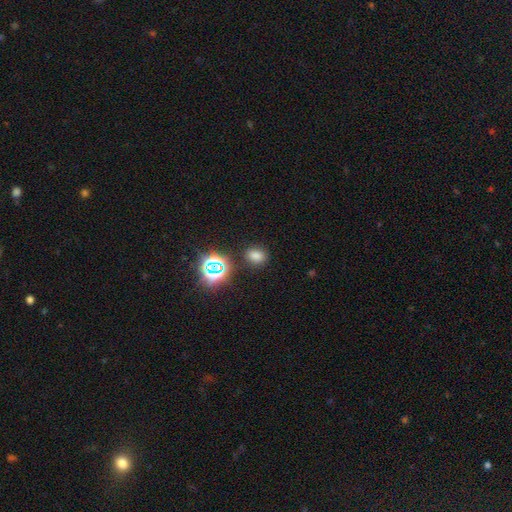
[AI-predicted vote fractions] Morphology: type=smooth (70%); roundness=round (50%); merging=none (84%).